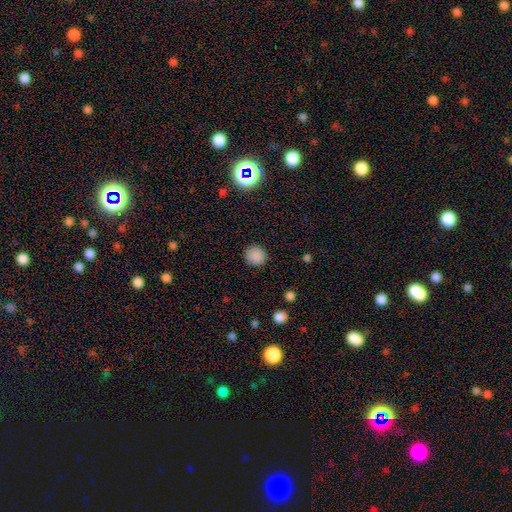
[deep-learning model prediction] Smooth or featured?
  - smooth: 86% *
  - star or artifact: 10%
  - featured or disk: 4%
How rounded?
  - round: 91% *
  - in between: 8%
  - cigar-shaped: 1%
Merging?
  - none: 89% *
  - minor disturbance: 8%
  - major disturbance: 2%
  - merger: 1%